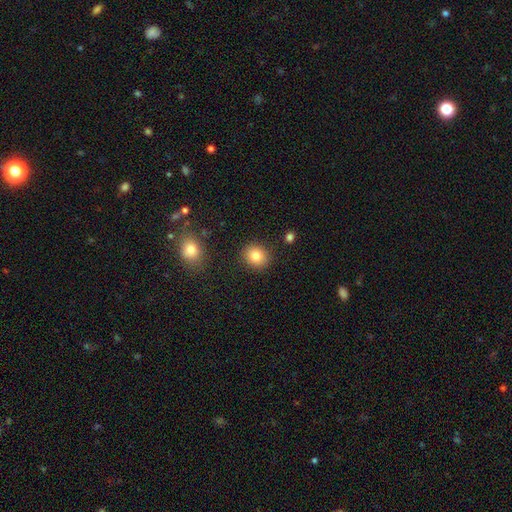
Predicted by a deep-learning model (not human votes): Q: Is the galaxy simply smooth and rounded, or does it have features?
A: smooth — 83%.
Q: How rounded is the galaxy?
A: round — 77%.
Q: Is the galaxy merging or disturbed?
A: none — 88%.